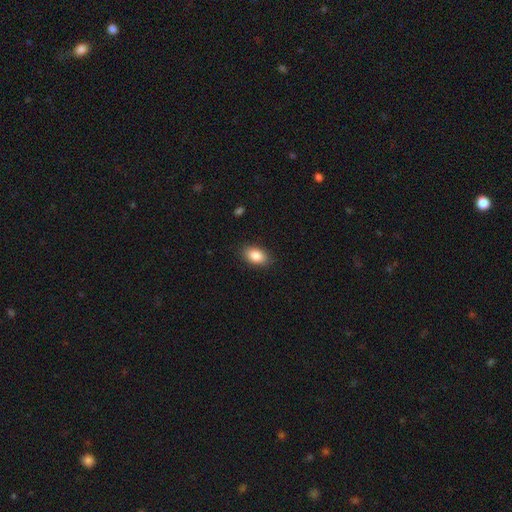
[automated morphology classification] Overall: smooth (86%). How rounded: in between (90%). Merging: none (88%).